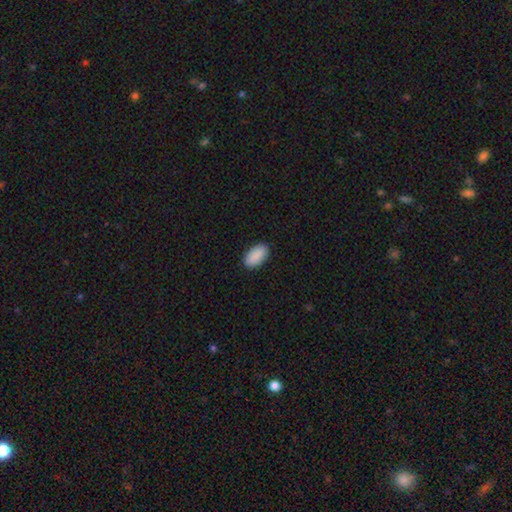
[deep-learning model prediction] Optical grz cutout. It shows a smooth galaxy with no disk features (91%) that is in between round and cigar-shaped (95%). Merging: none (89%).